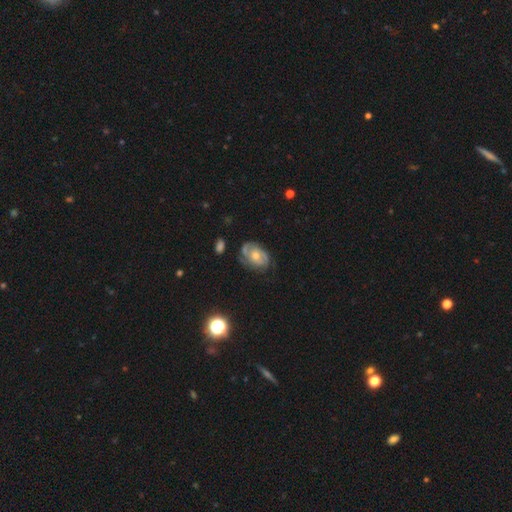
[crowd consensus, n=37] Smooth or featured: featured or disk — 92% (smooth — 5%)
Edge-on disk: no — 97% (yes — 3%)
Bar: no — 82% (weak — 18%)
Spiral arms: yes — 100%
Spiral winding: medium — 52% (tight — 39%)
Spiral arm count: 3 — 36% (2 — 30%)
Bulge size: moderate — 79% (small — 18%)
Merging: none — 67% (minor disturbance — 25%)